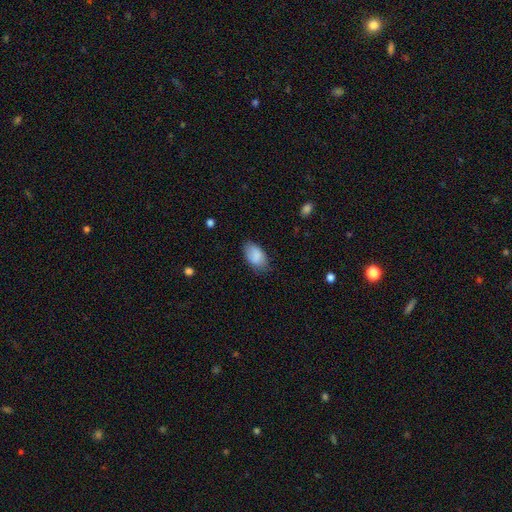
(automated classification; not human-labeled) Morphology: type=smooth (86%); roundness=in between (92%); merging=none (73%).